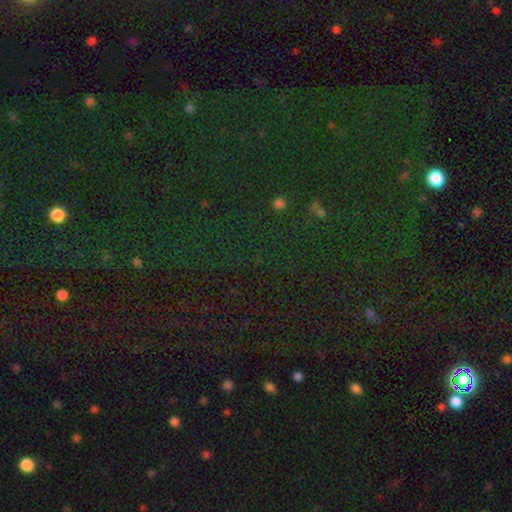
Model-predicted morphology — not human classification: star or artifact 79%, smooth 13%, featured or disk 8%.